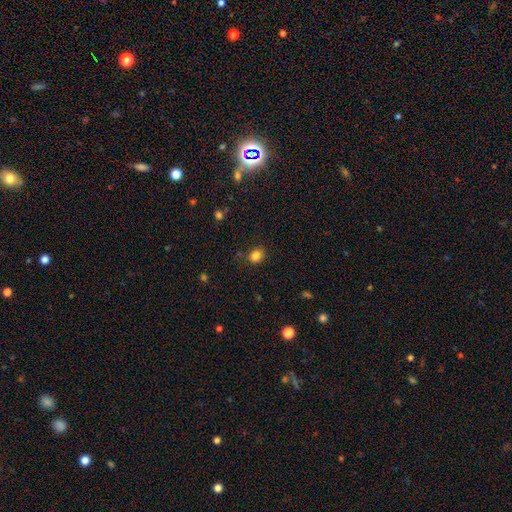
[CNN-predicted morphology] Q: Smooth or featured?
A: smooth (83%); runner-up: star or artifact (12%)
Q: How rounded?
A: round (53%); runner-up: in between (47%)
Q: Merging?
A: none (81%); runner-up: minor disturbance (13%)